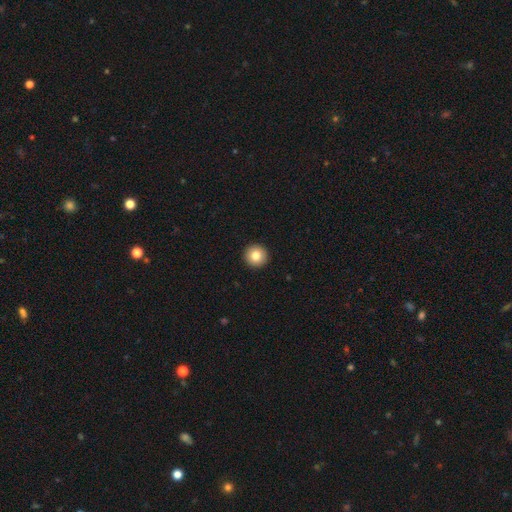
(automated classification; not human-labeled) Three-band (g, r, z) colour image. It shows a smooth galaxy with no disk features (82%) that is round (96%). Merging: none (94%).